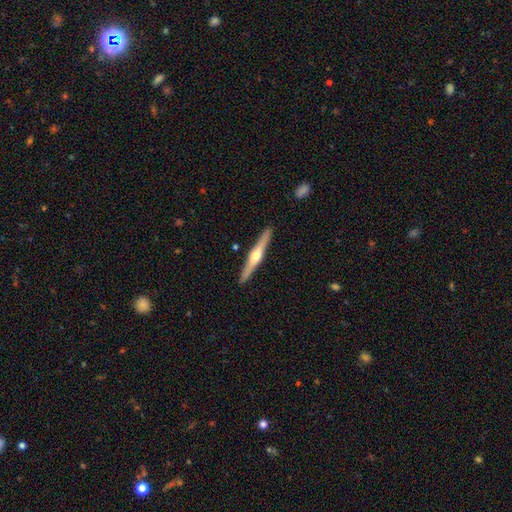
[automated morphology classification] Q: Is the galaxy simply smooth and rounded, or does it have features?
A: featured or disk — 71%.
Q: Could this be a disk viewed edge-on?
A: yes — 98%.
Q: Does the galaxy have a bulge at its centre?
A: rounded — 92%.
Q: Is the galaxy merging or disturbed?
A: none — 92%.